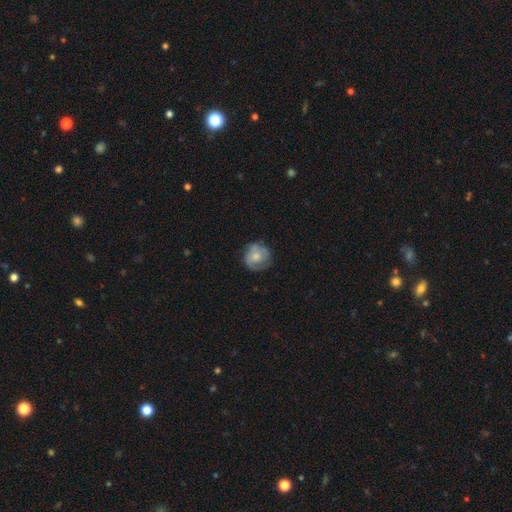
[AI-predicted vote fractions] Smooth or featured: smooth — 55% (featured or disk — 38%)
How rounded: round — 87% (in between — 12%)
Merging: none — 69% (minor disturbance — 22%)